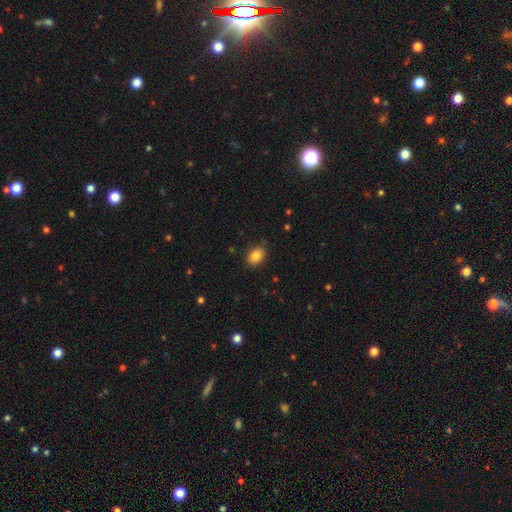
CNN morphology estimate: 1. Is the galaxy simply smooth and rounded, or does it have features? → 86% smooth, 9% star or artifact, 5% featured or disk.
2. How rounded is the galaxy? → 82% in between, 16% round, 1% cigar-shaped.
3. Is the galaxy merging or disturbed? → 84% none, 12% minor disturbance, 3% major disturbance, 1% merger.